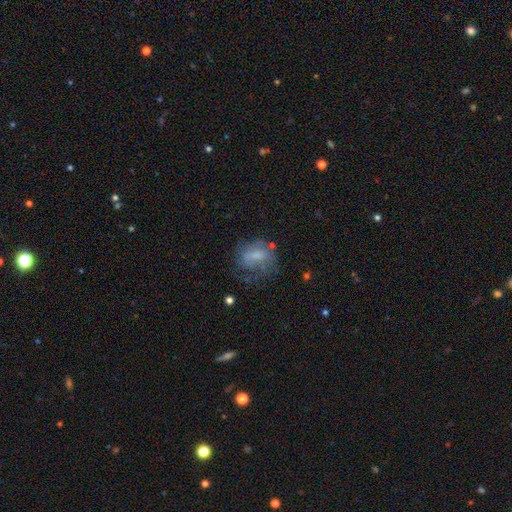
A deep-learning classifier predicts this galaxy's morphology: smooth 51%, featured or disk 39%, star or artifact 10%. Down the decision tree: how rounded — in between (54%); merging — none (44%).